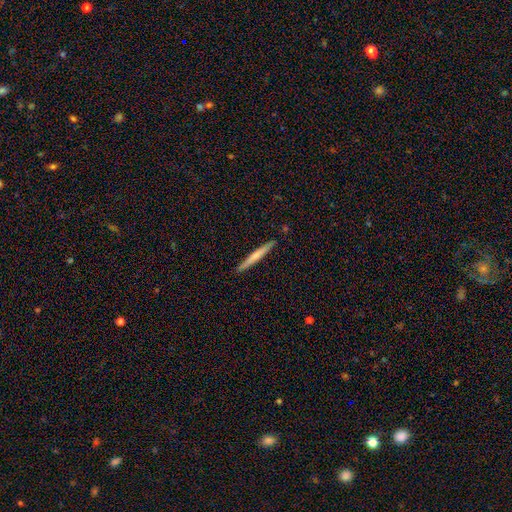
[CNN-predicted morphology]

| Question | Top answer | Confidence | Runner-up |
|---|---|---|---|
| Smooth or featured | smooth | 54% | featured or disk (40%) |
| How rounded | cigar-shaped | 97% | in between (2%) |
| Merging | none | 91% | minor disturbance (7%) |